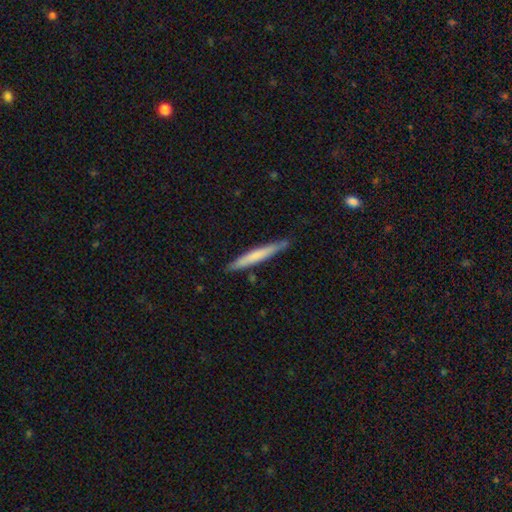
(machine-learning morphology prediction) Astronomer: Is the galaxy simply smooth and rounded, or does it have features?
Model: smooth — 64%.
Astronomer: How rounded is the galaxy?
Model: cigar-shaped — 96%.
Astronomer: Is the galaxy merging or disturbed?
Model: none — 84%.